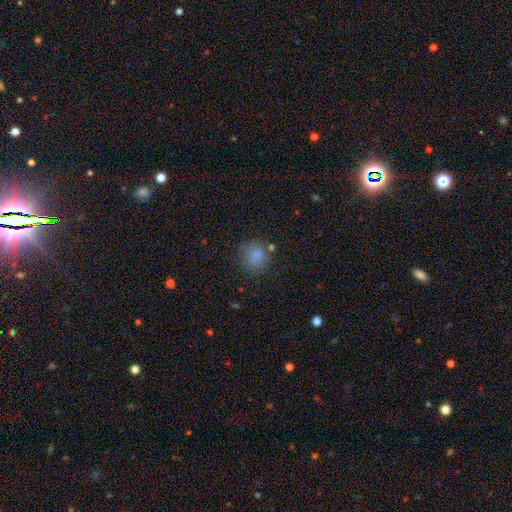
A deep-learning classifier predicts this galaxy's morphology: Overall: smooth (82%). How rounded: round (86%). Merging: none (76%).